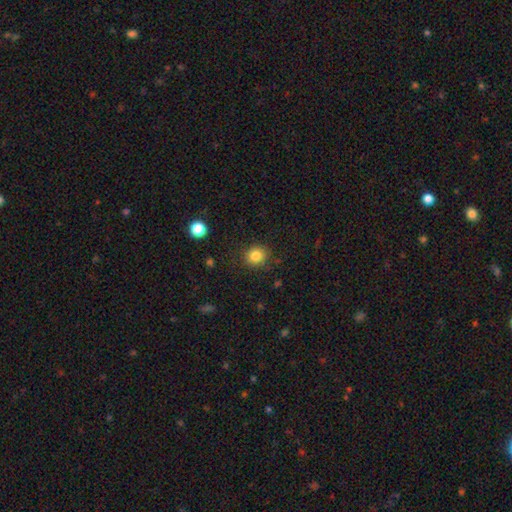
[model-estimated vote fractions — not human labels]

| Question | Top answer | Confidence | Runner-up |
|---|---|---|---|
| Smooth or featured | smooth | 84% | star or artifact (11%) |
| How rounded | round | 84% | in between (15%) |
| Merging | none | 87% | minor disturbance (9%) |